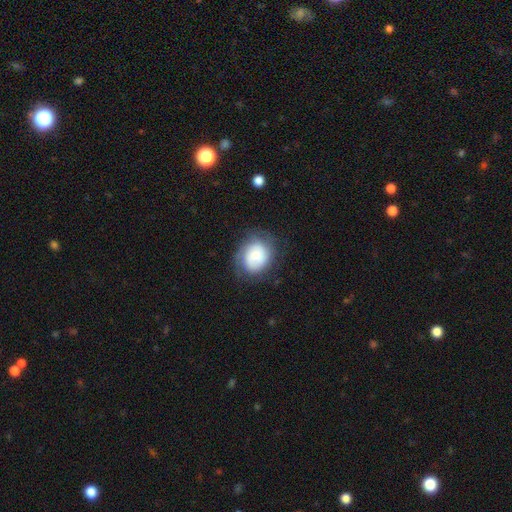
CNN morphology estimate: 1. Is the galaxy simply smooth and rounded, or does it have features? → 55% smooth, 36% featured or disk, 9% star or artifact.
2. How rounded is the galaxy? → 62% round, 37% in between, 1% cigar-shaped.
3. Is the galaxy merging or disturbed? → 68% none, 20% minor disturbance, 10% major disturbance, 1% merger.